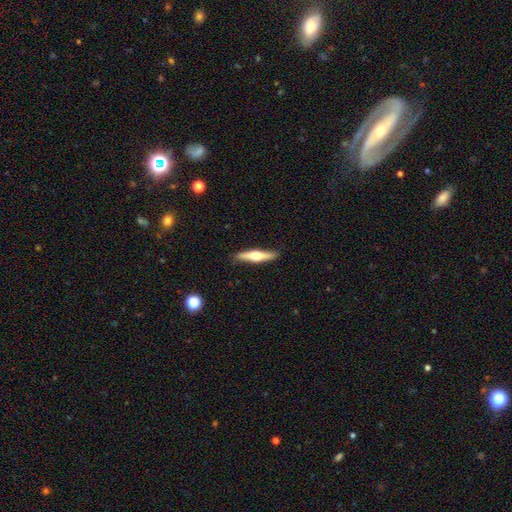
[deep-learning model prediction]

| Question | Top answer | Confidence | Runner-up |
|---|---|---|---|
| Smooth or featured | featured or disk | 57% | smooth (38%) |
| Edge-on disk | yes | 95% | no (5%) |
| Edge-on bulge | rounded | 93% | boxy (4%) |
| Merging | none | 89% | minor disturbance (8%) |